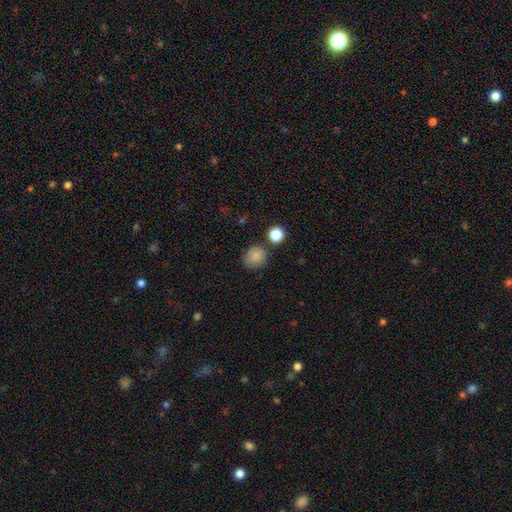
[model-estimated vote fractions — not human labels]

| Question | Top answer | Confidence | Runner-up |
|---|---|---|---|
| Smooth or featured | smooth | 84% | star or artifact (11%) |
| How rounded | round | 75% | in between (24%) |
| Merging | none | 76% | minor disturbance (14%) |